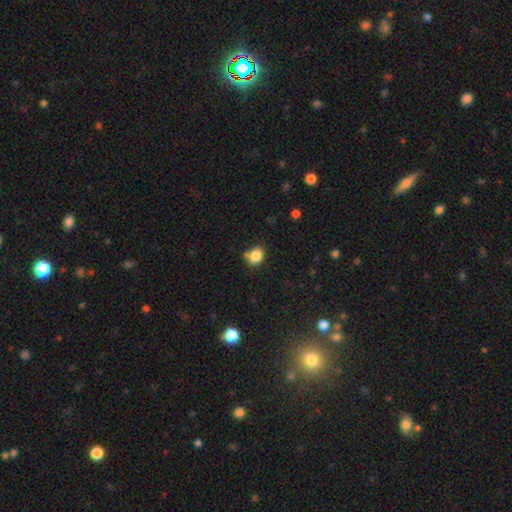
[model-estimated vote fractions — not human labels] Smooth or featured: smooth — 85% (star or artifact — 10%)
How rounded: round — 54% (in between — 45%)
Merging: none — 67% (minor disturbance — 17%)